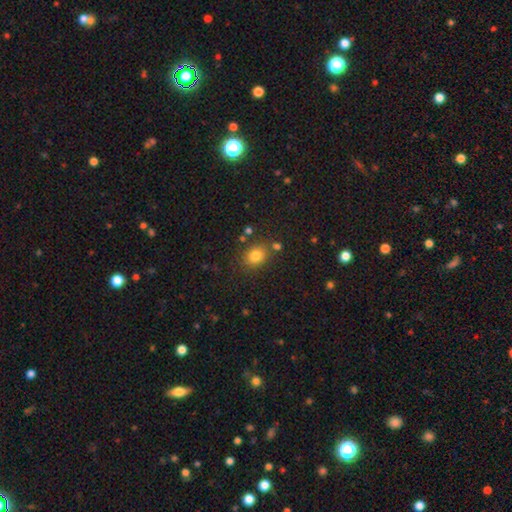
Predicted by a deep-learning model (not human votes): Morphology: type=smooth (80%); roundness=round (50%); merging=none (78%).